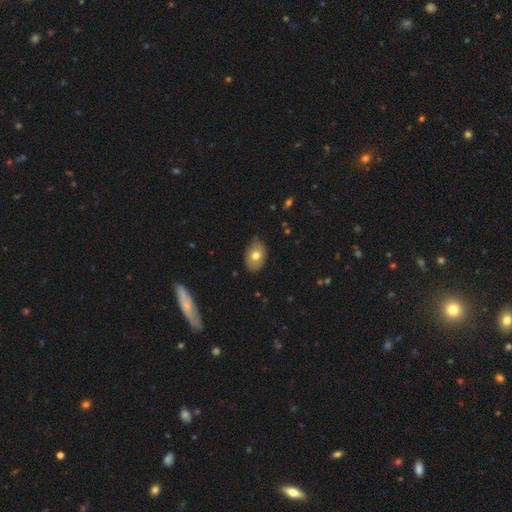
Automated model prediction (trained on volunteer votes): Morphology: type=smooth (73%); roundness=in between (81%); merging=none (78%).